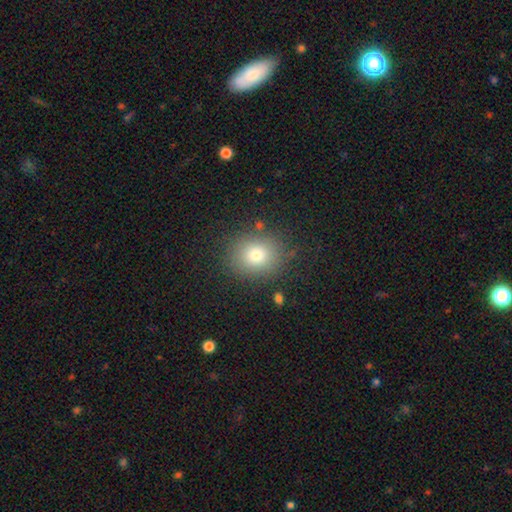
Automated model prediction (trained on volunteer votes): Overall: smooth (76%). How rounded: round (74%). Merging: none (86%).